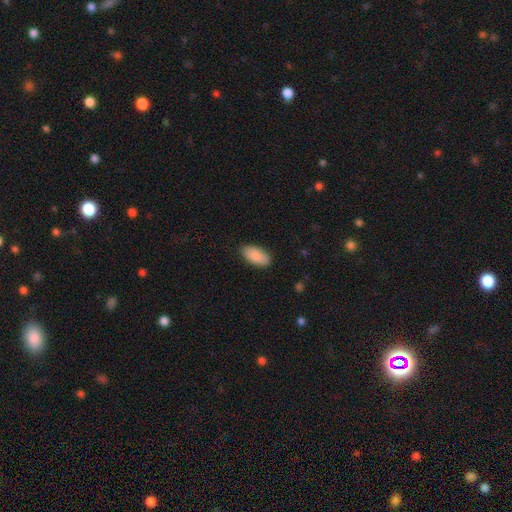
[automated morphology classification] A smooth galaxy with no disk features (90%) that is in between round and cigar-shaped (93%). Merging: none (85%).